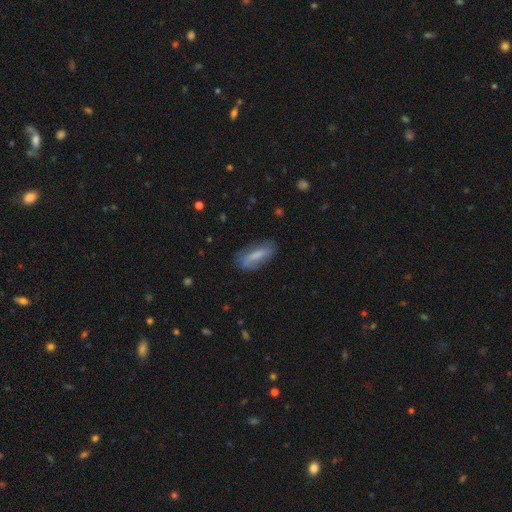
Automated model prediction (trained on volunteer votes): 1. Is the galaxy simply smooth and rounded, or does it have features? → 61% smooth, 32% featured or disk, 8% star or artifact.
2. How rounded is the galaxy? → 63% in between, 34% cigar-shaped, 3% round.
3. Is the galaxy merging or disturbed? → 68% none, 23% minor disturbance, 7% major disturbance, 2% merger.